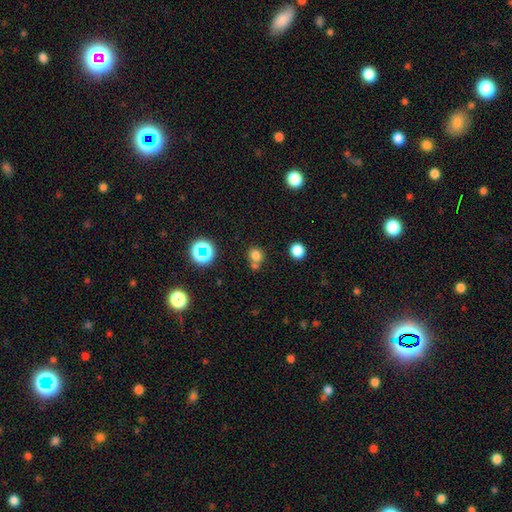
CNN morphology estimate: type=smooth (74%); roundness=round (80%); merging=none (56%).